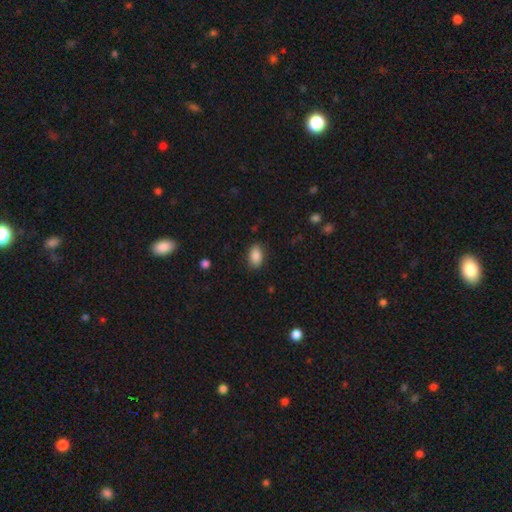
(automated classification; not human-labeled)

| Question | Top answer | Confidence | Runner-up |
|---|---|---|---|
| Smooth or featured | smooth | 88% | star or artifact (8%) |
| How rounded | in between | 90% | round (8%) |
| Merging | none | 85% | minor disturbance (11%) |